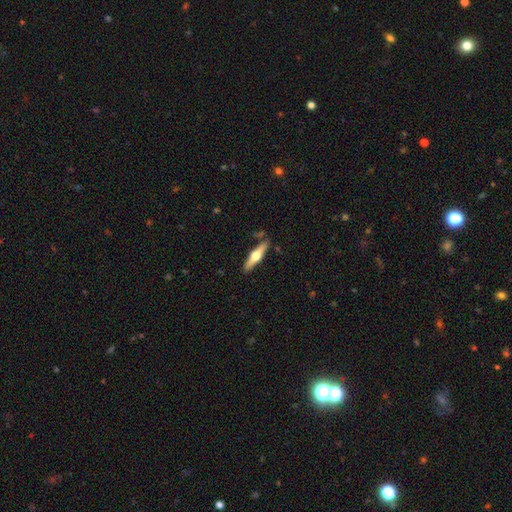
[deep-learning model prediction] Smooth or featured?
  - featured or disk: 59% *
  - smooth: 36%
  - star or artifact: 5%
Edge-on disk?
  - yes: 95% *
  - no: 5%
Edge-on bulge?
  - rounded: 95% *
  - boxy: 3%
  - none: 2%
Merging?
  - none: 84% *
  - minor disturbance: 10%
  - merger: 3%
  - major disturbance: 2%